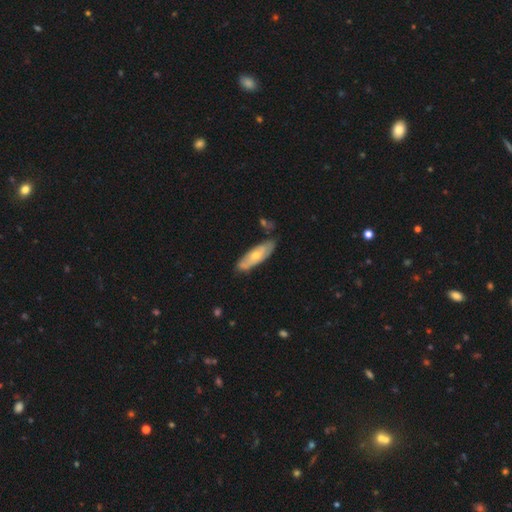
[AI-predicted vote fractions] A featured or disk galaxy (50%). Merging: none (72%).